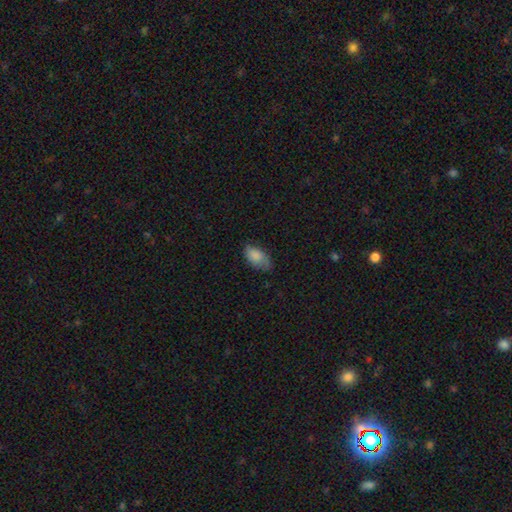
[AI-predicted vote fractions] Smooth or featured: smooth — 82% (featured or disk — 11%)
How rounded: in between — 93% (round — 5%)
Merging: none — 62% (minor disturbance — 30%)